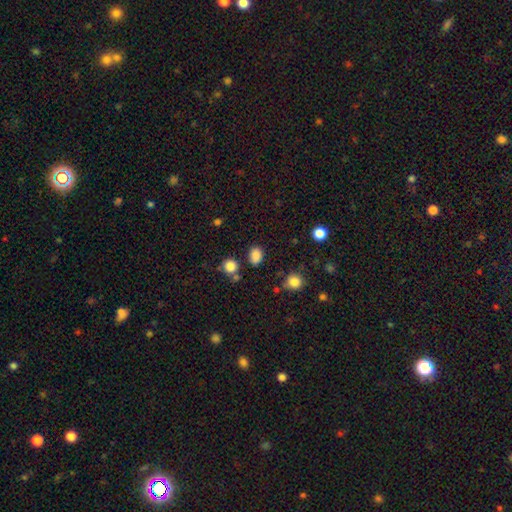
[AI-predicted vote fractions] Smooth or featured?
  - smooth: 83% *
  - star or artifact: 12%
  - featured or disk: 4%
How rounded?
  - in between: 56% *
  - round: 43%
  - cigar-shaped: 1%
Merging?
  - none: 78% *
  - minor disturbance: 13%
  - merger: 5%
  - major disturbance: 4%